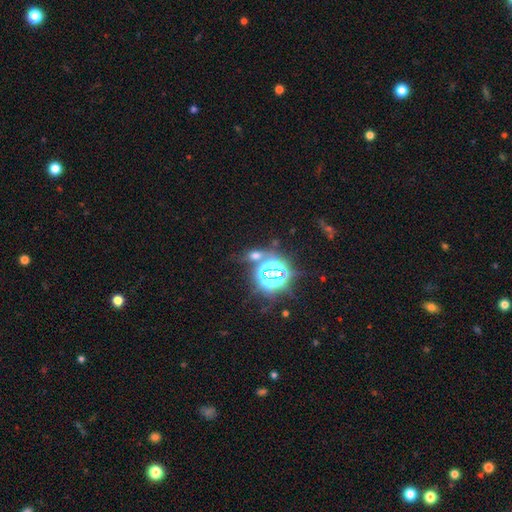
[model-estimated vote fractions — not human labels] smooth-or-featured: star or artifact: 58% | smooth: 30% | featured or disk: 12%